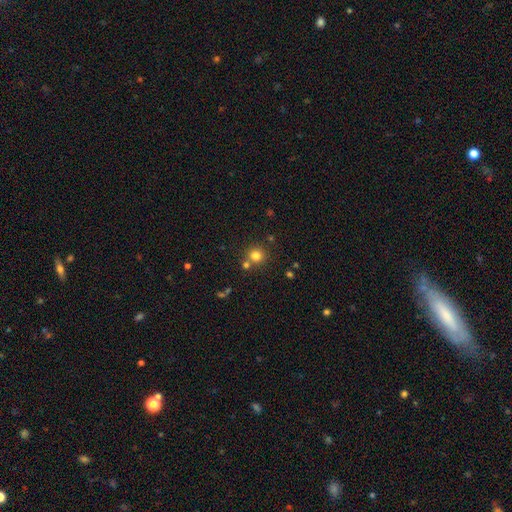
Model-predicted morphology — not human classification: This is likely a smooth galaxy (79%). How rounded: clearly round (92%). Merging: likely none (71%).